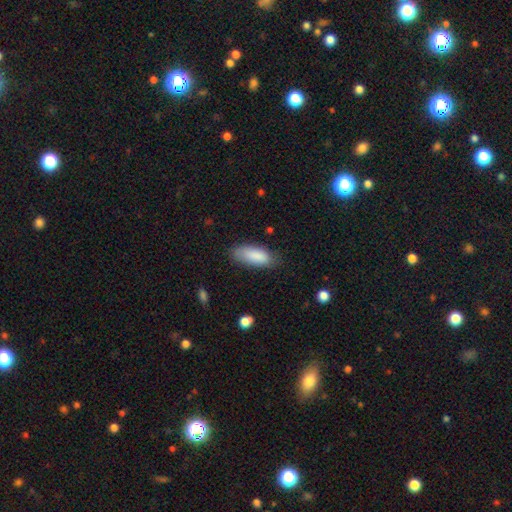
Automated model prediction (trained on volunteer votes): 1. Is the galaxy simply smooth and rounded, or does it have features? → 88% smooth, 6% star or artifact, 6% featured or disk.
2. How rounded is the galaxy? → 77% in between, 21% cigar-shaped, 2% round.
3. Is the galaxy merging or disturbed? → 78% none, 17% minor disturbance, 4% major disturbance, 1% merger.